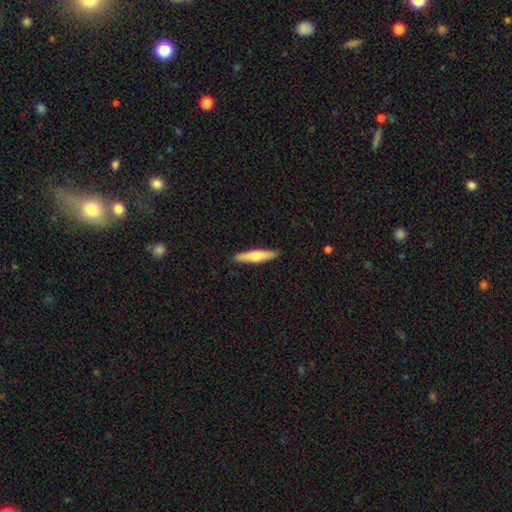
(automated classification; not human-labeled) Overall: smooth (60%; featured or disk 35%). How rounded: cigar-shaped (83%). Merging: none (90%).